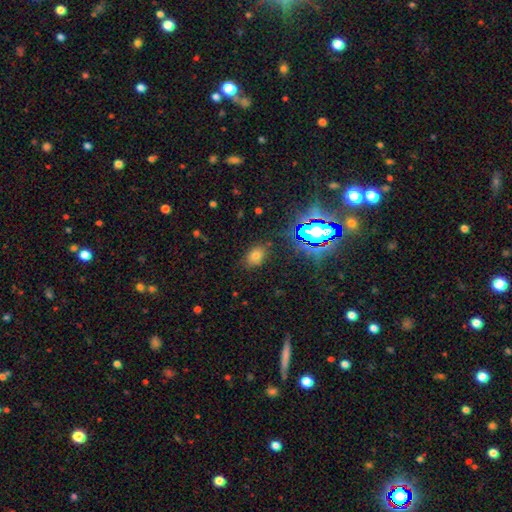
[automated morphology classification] smooth 65%, star or artifact 25%, featured or disk 10%. Down the decision tree: how rounded — in between (72%); merging — none (82%).